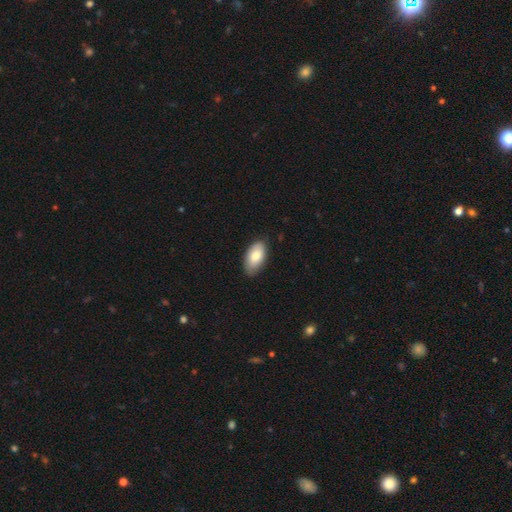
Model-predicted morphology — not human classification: Q: Smooth or featured?
A: smooth (80%); runner-up: featured or disk (14%)
Q: How rounded?
A: in between (95%); runner-up: round (3%)
Q: Merging?
A: none (81%); runner-up: minor disturbance (16%)